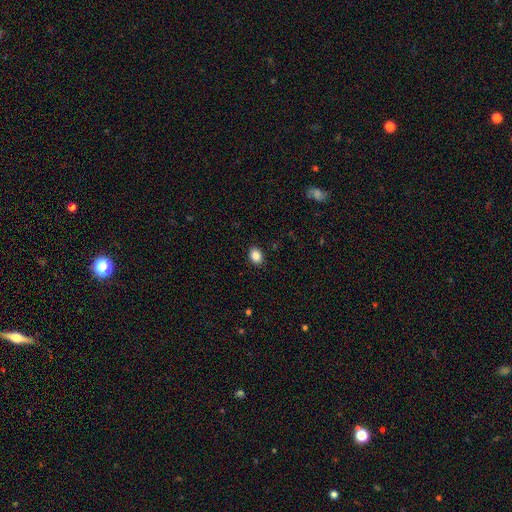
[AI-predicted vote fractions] A smooth galaxy with no disk features (87%) that is in between round and cigar-shaped (67%).

Vote fractions:
- Smooth or featured? smooth: 87% / star or artifact: 9% / featured or disk: 4%
- How rounded? in between: 67% / round: 32% / cigar-shaped: 1%
- Merging? none: 89% / minor disturbance: 8% / major disturbance: 2% / merger: 1%